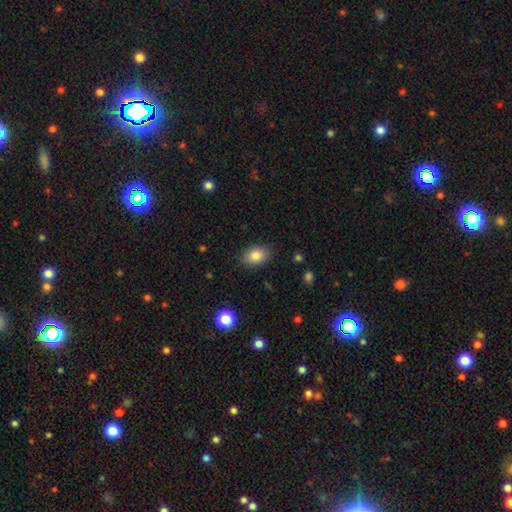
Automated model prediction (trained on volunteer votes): Smooth or featured: smooth — 84% (star or artifact — 8%)
How rounded: in between — 78% (round — 20%)
Merging: none — 85% (minor disturbance — 11%)